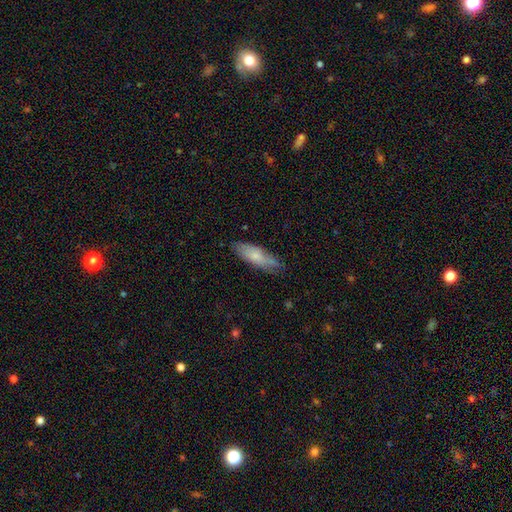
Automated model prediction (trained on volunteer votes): Smooth or featured: smooth — 71% (featured or disk — 23%)
How rounded: in between — 49% (tied with cigar-shaped — 49%)
Merging: none — 73% (minor disturbance — 21%)